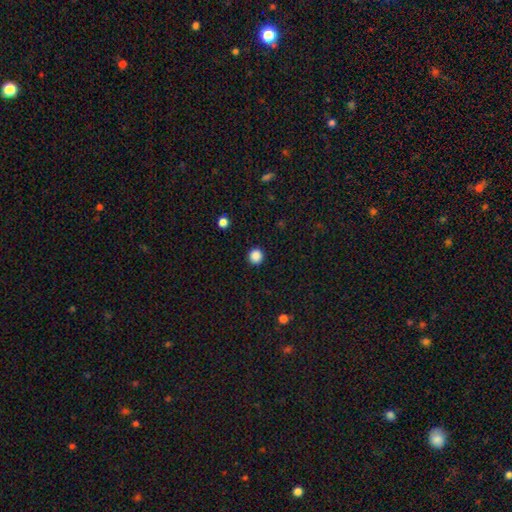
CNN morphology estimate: smooth-or-featured: smooth: 87% | star or artifact: 11% | featured or disk: 2%
  how-rounded: round: 94% | in between: 5% | cigar-shaped: 1%
  merging: none: 92% | minor disturbance: 5% | major disturbance: 2% | merger: 1%